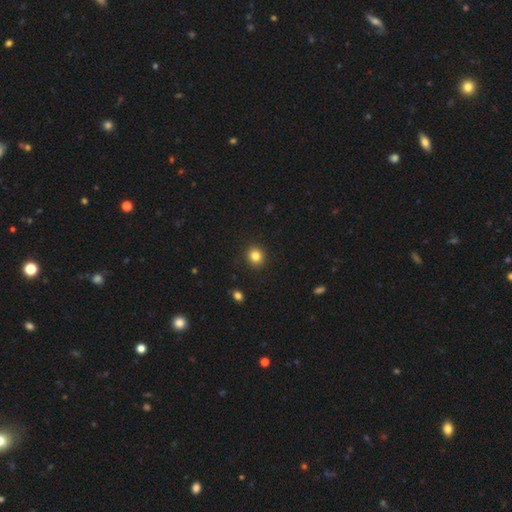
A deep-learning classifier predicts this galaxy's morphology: The model was most divided on "smooth or featured": smooth: 83%, star or artifact: 11%, featured or disk: 6%. More confident: merging — none (91%); how rounded — round (86%).